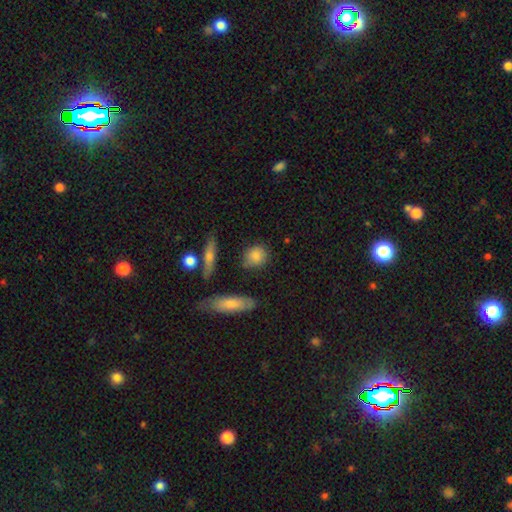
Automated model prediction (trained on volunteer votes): A smooth galaxy with no disk features (83%) that is round (69%). Merging: none (78%).